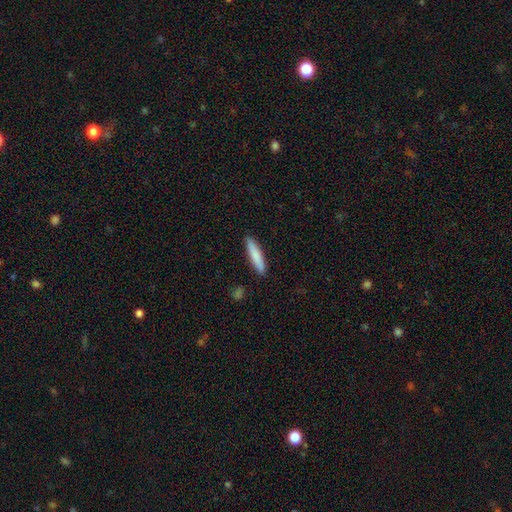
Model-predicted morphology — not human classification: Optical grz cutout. It shows a smooth galaxy with no disk features (81%) that is cigar-shaped (88%). Merging: none (90%).